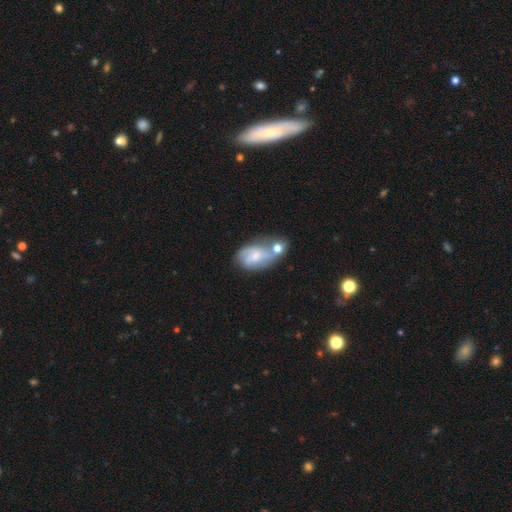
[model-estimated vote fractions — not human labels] smooth_or_featured: featured or disk (p=0.52) [alt: smooth p=0.40]
disk_edge_on: no (p=0.95) [alt: yes p=0.05]
merging: merger (p=0.44) [alt: none p=0.28]